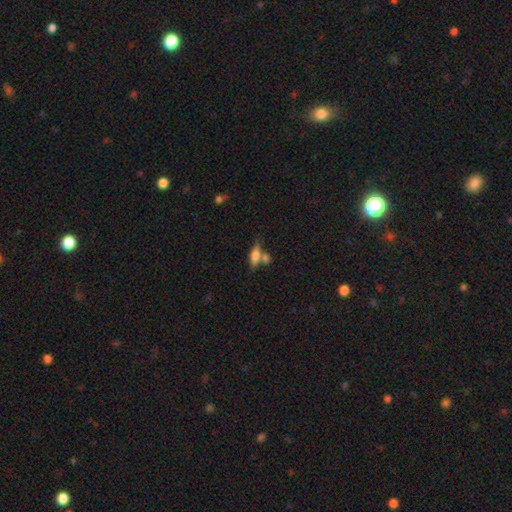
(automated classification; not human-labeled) The model was most divided on "merging": none: 52%, merger: 30%, minor disturbance: 13%, major disturbance: 5%. More confident: smooth or featured — smooth (64%); how rounded — in between (59%).